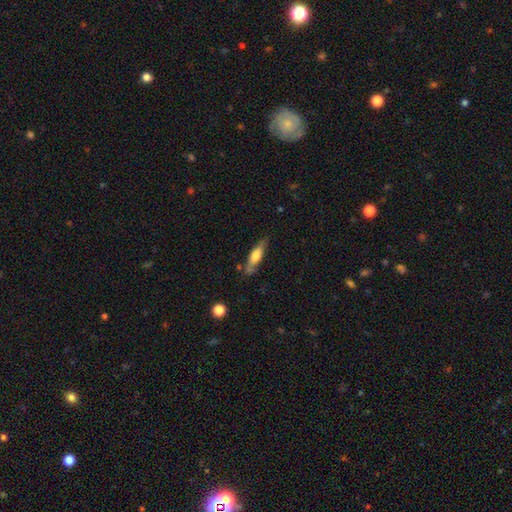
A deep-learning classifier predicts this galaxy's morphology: A smooth galaxy with no disk features (60%) that is cigar-shaped (58%). Merging: none (66%).